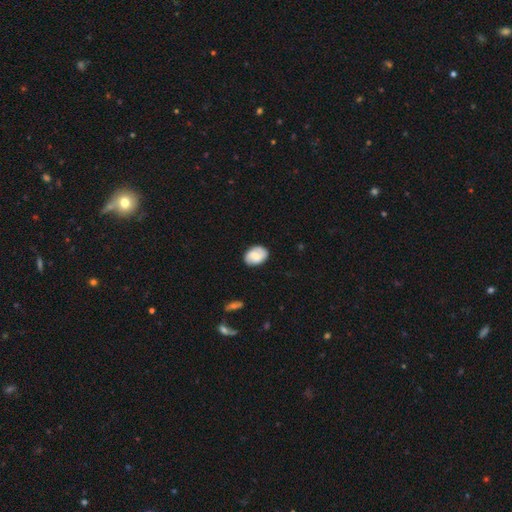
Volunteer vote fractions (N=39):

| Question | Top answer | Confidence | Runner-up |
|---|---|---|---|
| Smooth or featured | smooth | 59% | featured or disk (33%) |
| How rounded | in between | 78% | round (22%) |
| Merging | none | 86% | minor disturbance (11%) |